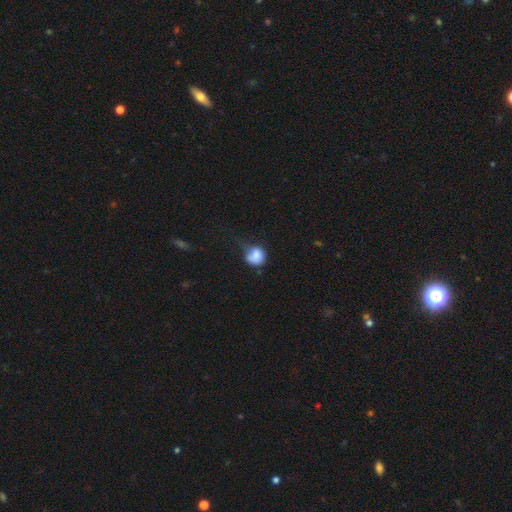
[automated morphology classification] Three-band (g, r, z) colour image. It shows a smooth galaxy with no disk features (81%) that is round (78%). Merging: minor disturbance (37%).